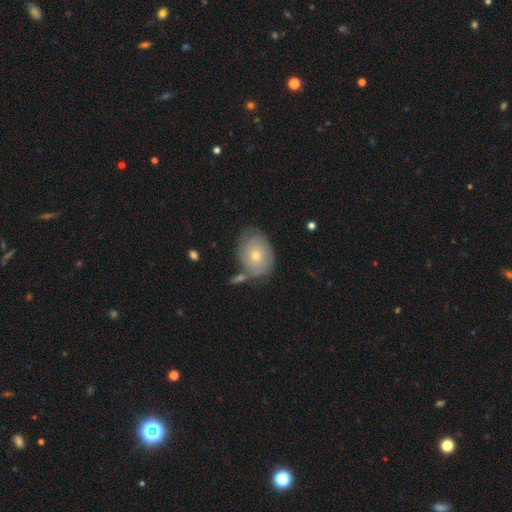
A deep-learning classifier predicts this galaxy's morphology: type=smooth (56%); roundness=in between (64%); merging=none (63%).